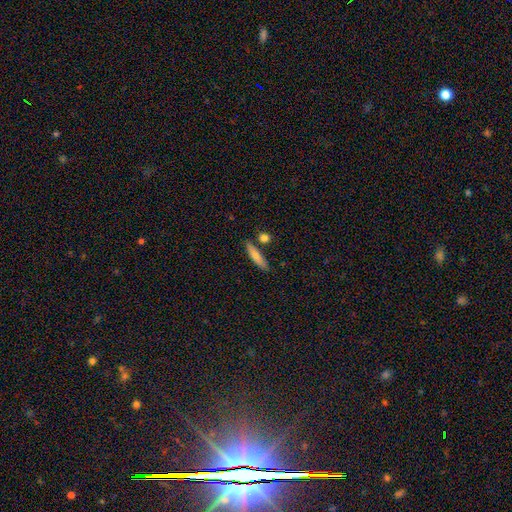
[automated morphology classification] Q: Smooth or featured?
A: smooth (74%); runner-up: featured or disk (20%)
Q: How rounded?
A: cigar-shaped (82%); runner-up: in between (16%)
Q: Merging?
A: none (78%); runner-up: minor disturbance (11%)